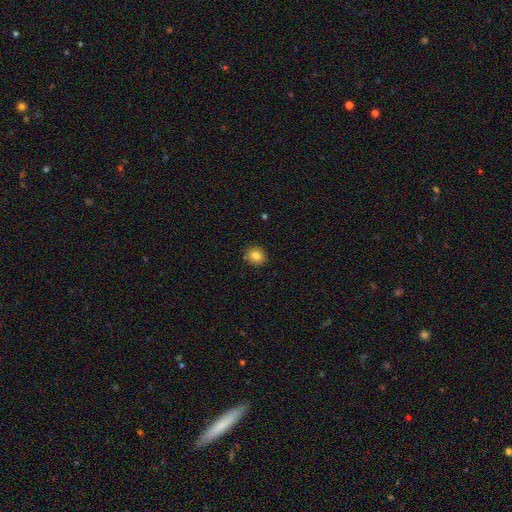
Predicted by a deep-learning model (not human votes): The model was most divided on "how rounded": round: 70%, in between: 29%, cigar-shaped: 1%. More confident: merging — none (89%); smooth or featured — smooth (84%).